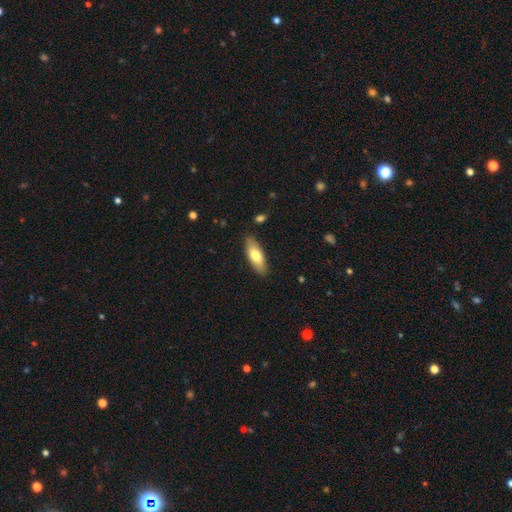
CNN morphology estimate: Smooth or featured: smooth — 70% (featured or disk — 25%)
How rounded: in between — 65% (cigar-shaped — 33%)
Merging: none — 87% (minor disturbance — 10%)